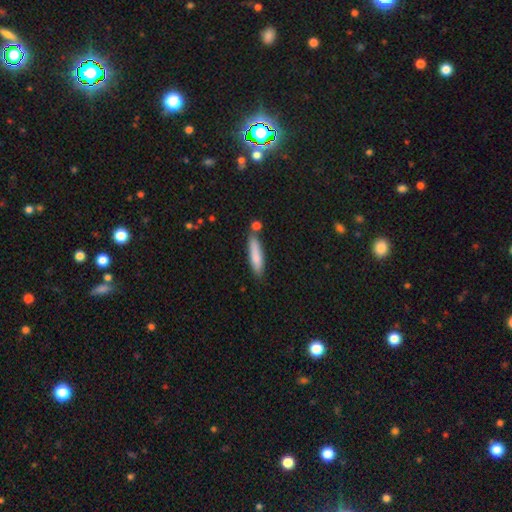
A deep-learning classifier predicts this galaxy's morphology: The model was most divided on "merging": none: 73%, minor disturbance: 15%, merger: 10%, major disturbance: 3%. More confident: how rounded — cigar-shaped (81%); smooth or featured — smooth (79%).